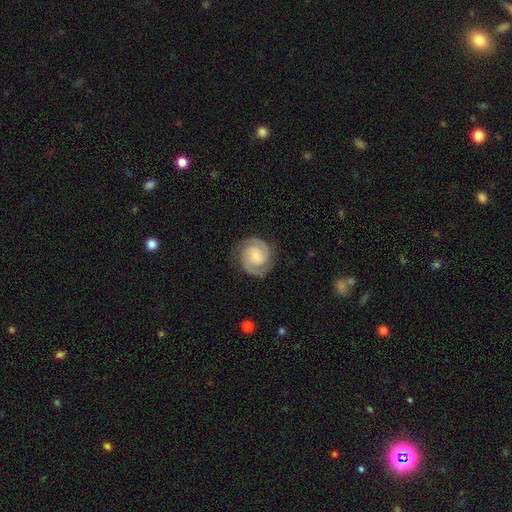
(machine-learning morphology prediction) Smooth or featured: featured or disk — 90% (smooth — 6%)
Edge-on disk: no — 98% (yes — 2%)
Bar: no — 61% (weak — 31%)
Spiral arms: yes — 98% (no — 2%)
Spiral winding: tight — 65% (medium — 31%)
Spiral arm count: 2 — 90% (3 — 4%)
Bulge size: small — 64% (moderate — 29%)
Merging: none — 84% (minor disturbance — 11%)